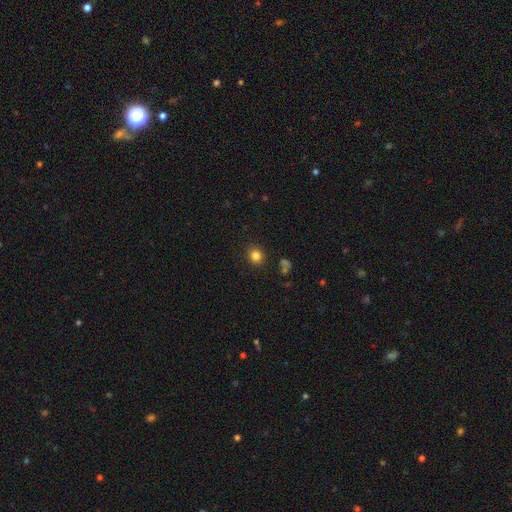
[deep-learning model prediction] A smooth galaxy with no disk features (82%) that is round (83%). Merging: none (88%).